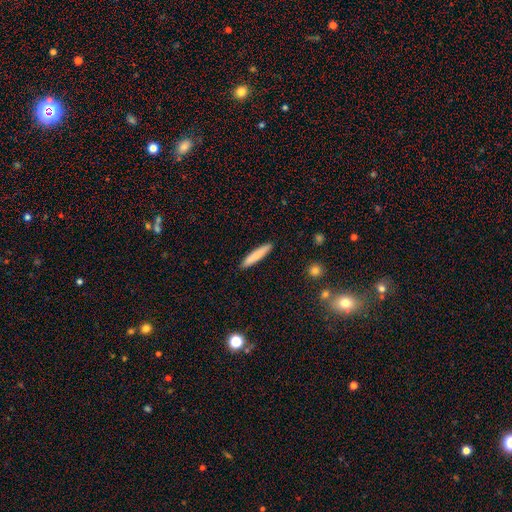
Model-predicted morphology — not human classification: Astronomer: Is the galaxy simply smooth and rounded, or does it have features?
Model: smooth — 79%.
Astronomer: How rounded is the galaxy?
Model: cigar-shaped — 92%.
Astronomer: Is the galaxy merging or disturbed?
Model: none — 91%.